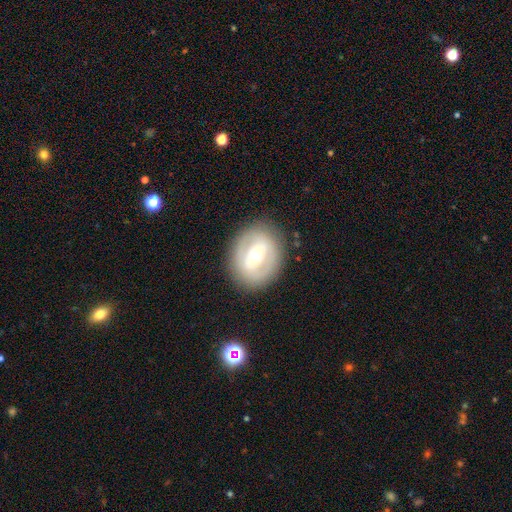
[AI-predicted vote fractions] Morphology: type=featured or disk (61%); edge-on=no (94%); bar=strong (38%, tied with weak); spiral arms=no (65%); bulge=moderate (66%); merging=none (83%).